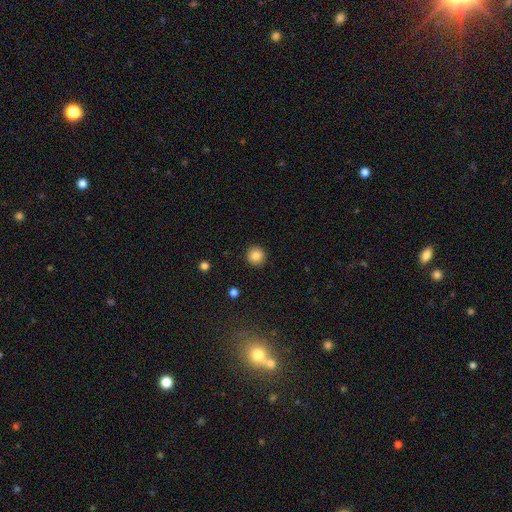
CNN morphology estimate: smooth-or-featured: smooth: 85% | star or artifact: 10% | featured or disk: 4%
  how-rounded: round: 94% | in between: 5% | cigar-shaped: 1%
  merging: none: 92% | minor disturbance: 5% | major disturbance: 2% | merger: 1%